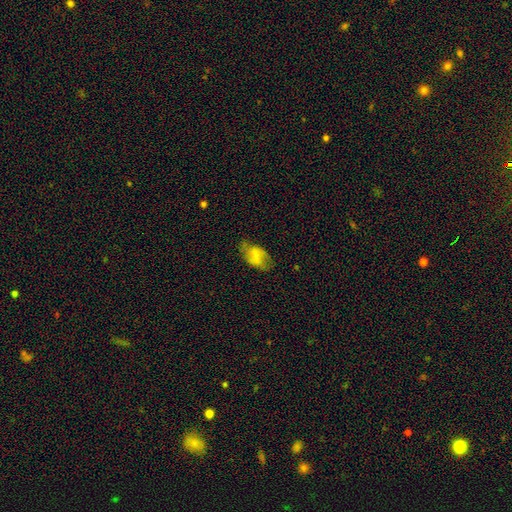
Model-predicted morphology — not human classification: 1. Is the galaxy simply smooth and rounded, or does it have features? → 49% smooth, 42% featured or disk, 9% star or artifact.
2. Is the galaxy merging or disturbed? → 64% none, 23% minor disturbance, 11% major disturbance, 2% merger.